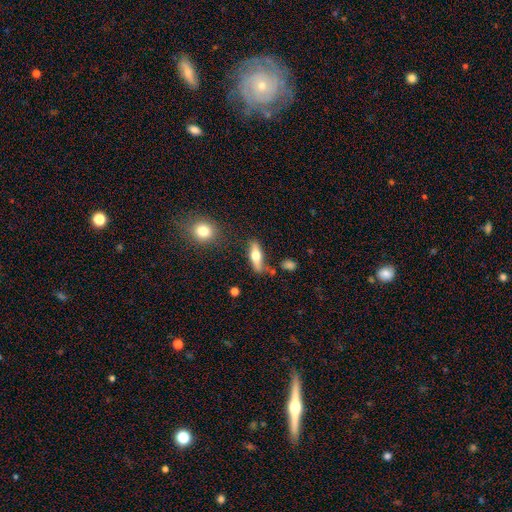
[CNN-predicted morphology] type=smooth (51%); roundness=cigar-shaped (49%); merging=none (72%).